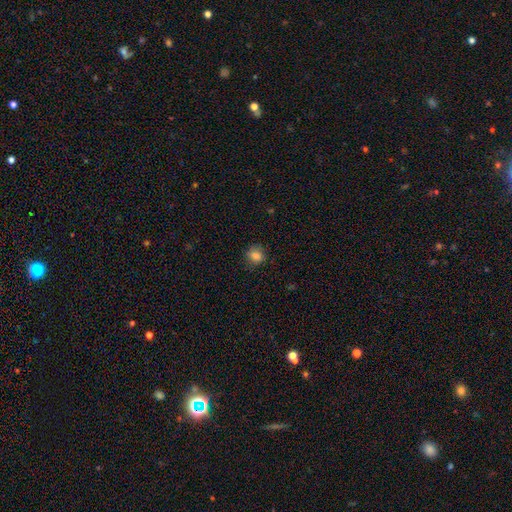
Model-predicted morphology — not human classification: A smooth galaxy with no disk features (82%) that is round (72%). Merging: none (80%).